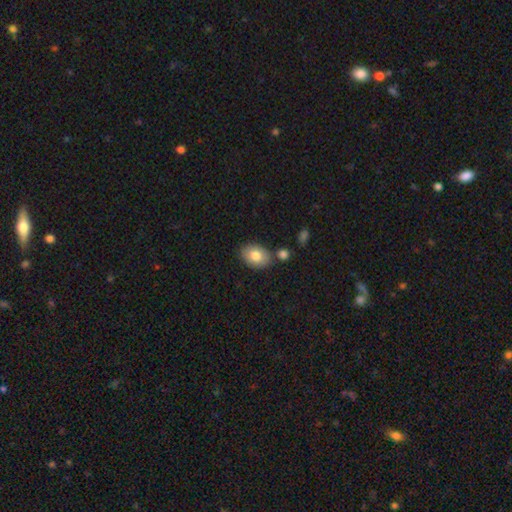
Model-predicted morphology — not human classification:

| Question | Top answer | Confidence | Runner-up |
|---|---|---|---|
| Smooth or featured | smooth | 81% | featured or disk (13%) |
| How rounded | in between | 82% | round (17%) |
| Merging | none | 75% | minor disturbance (13%) |